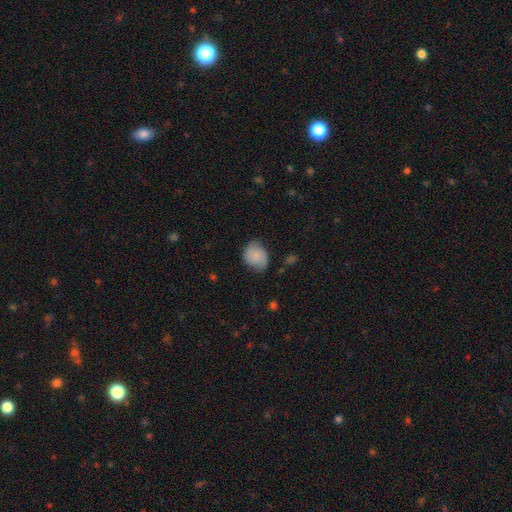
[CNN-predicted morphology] A smooth galaxy with no disk features (71%) that is round (50%). Merging: none (61%).